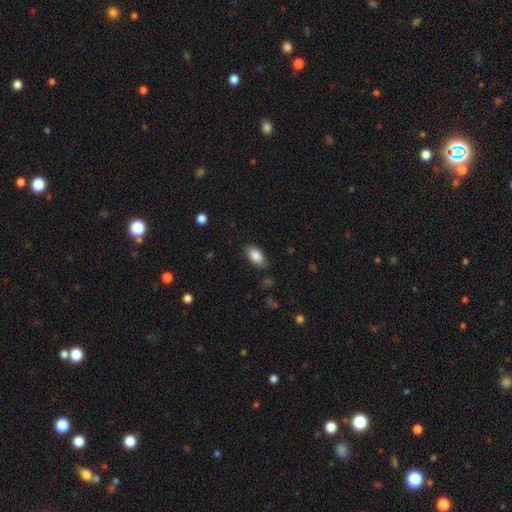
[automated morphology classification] Smooth or featured? Predicted: smooth (p=0.88). How rounded? Predicted: in between (p=0.93). Merging? Predicted: none (p=0.82).